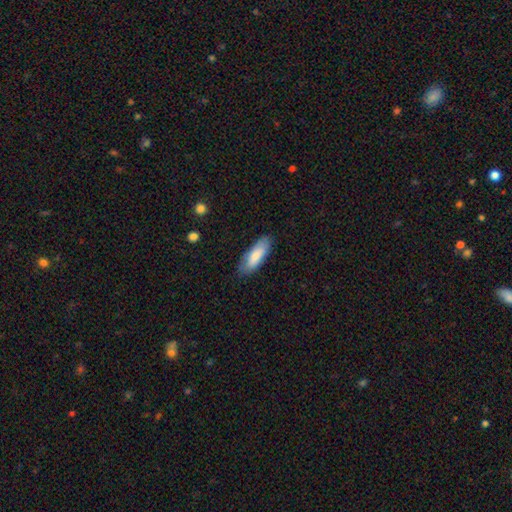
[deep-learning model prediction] This appears to be a smooth galaxy with no disk features (83%) that is in between round and cigar-shaped (64%). Merging: none (83%).